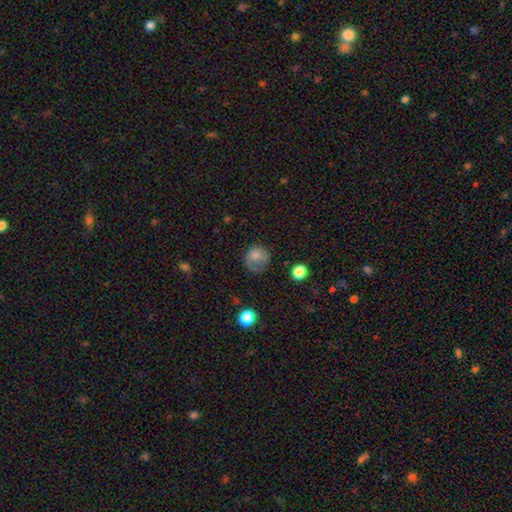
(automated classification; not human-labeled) This appears to be a smooth galaxy with no disk features (75%) that is round (82%). Merging: none (55%).